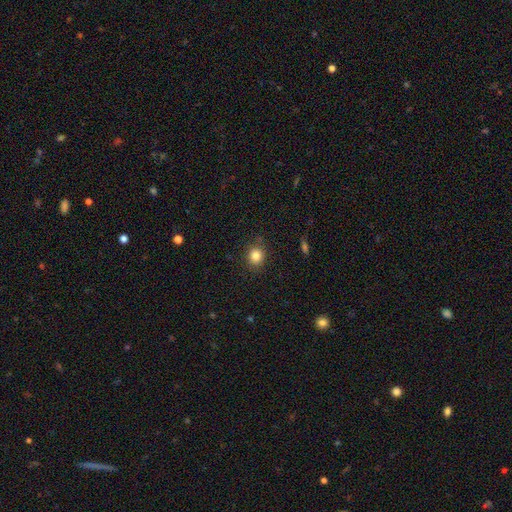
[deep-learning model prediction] Q: Smooth or featured?
A: smooth (84%); runner-up: star or artifact (11%)
Q: How rounded?
A: round (80%); runner-up: in between (19%)
Q: Merging?
A: none (86%); runner-up: minor disturbance (10%)